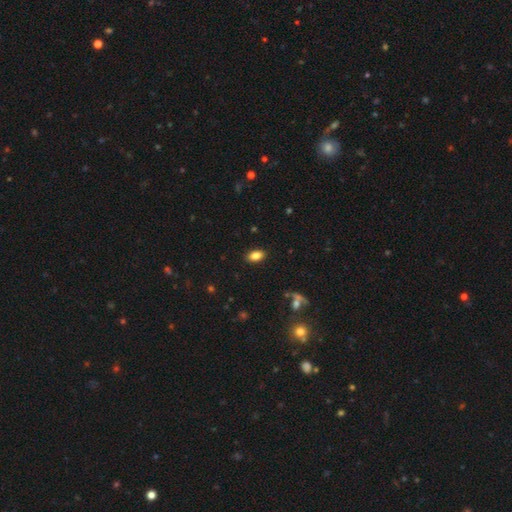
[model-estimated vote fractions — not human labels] smooth 84%, star or artifact 9%, featured or disk 7%. Down the decision tree: how rounded — in between (90%); merging — none (88%).